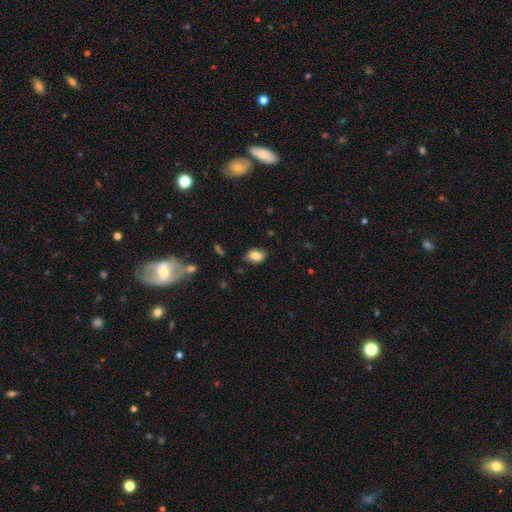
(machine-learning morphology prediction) Overall: smooth (84%). How rounded: in between (83%). Merging: none (79%).